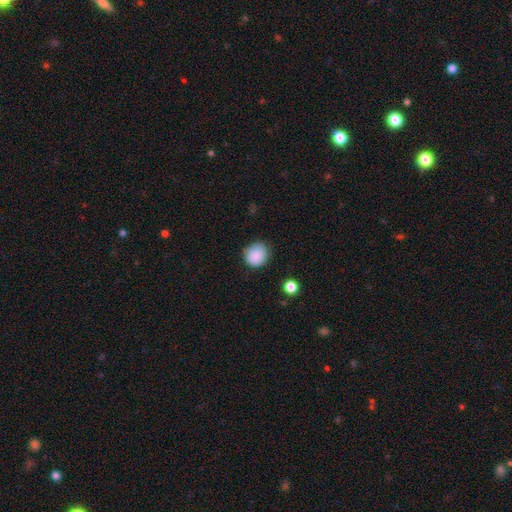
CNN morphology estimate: Q: Smooth or featured?
A: smooth (84%); runner-up: star or artifact (8%)
Q: How rounded?
A: round (87%); runner-up: in between (12%)
Q: Merging?
A: none (80%); runner-up: minor disturbance (15%)